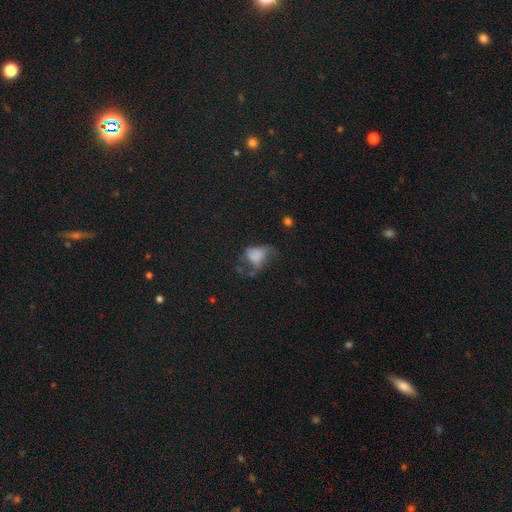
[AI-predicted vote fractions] A smooth galaxy with no disk features (57%) that is in between round and cigar-shaped (75%). Merging: major disturbance (50%).